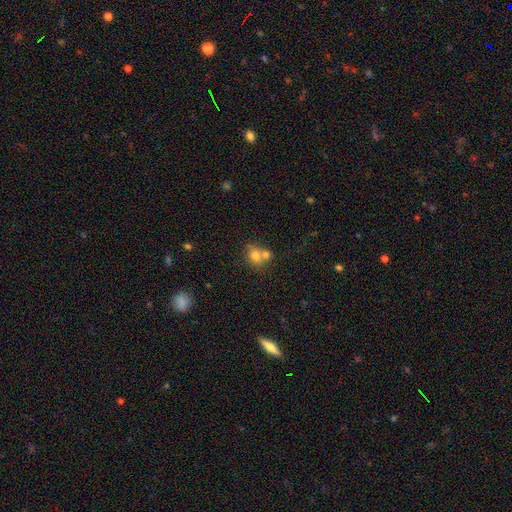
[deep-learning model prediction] Smooth or featured: smooth — 74% (featured or disk — 14%)
How rounded: round — 59% (in between — 40%)
Merging: merger — 50% (none — 38%)